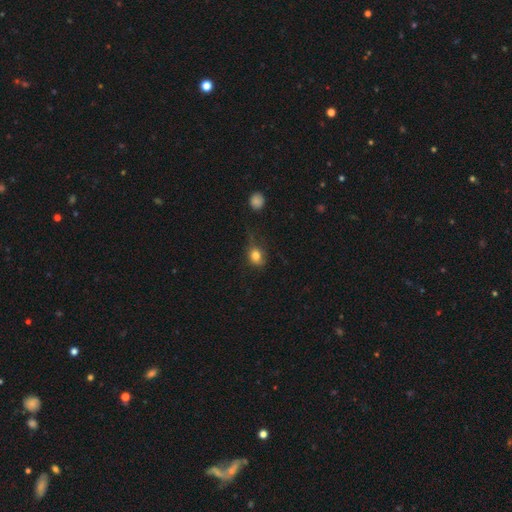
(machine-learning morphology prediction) The model was most divided on "how rounded": in between: 50%, round: 48%, cigar-shaped: 2%. More confident: smooth or featured — smooth (80%); merging — none (52%).